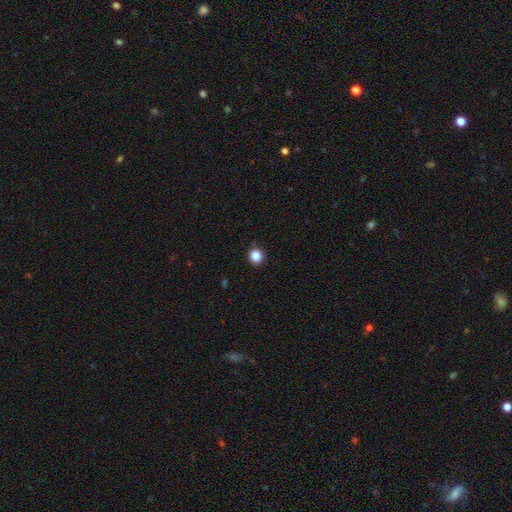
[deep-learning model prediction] This appears to be a smooth galaxy with no disk features (85%) that is round (90%). Merging: none (90%).